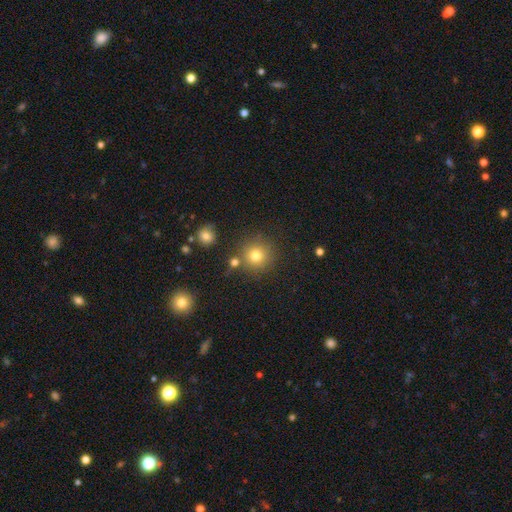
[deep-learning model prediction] A smooth galaxy with no disk features (78%) that is round (93%).

Vote fractions:
- Smooth or featured? smooth: 78% / star or artifact: 14% / featured or disk: 8%
- How rounded? round: 93% / in between: 6% / cigar-shaped: 1%
- Merging? none: 80% / minor disturbance: 8% / merger: 8% / major disturbance: 3%